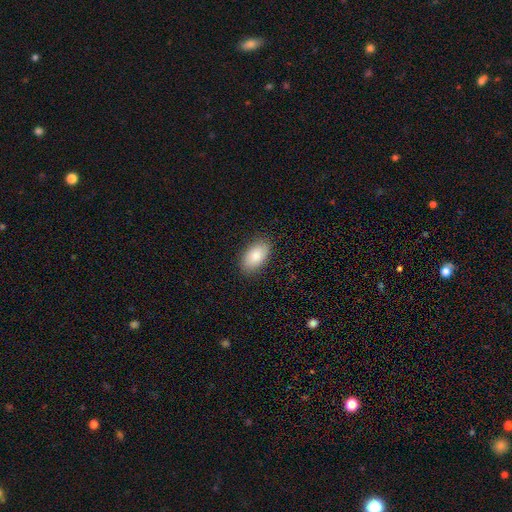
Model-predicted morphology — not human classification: Smooth or featured: smooth — 84% (featured or disk — 9%)
How rounded: in between — 94% (round — 4%)
Merging: none — 88% (minor disturbance — 9%)